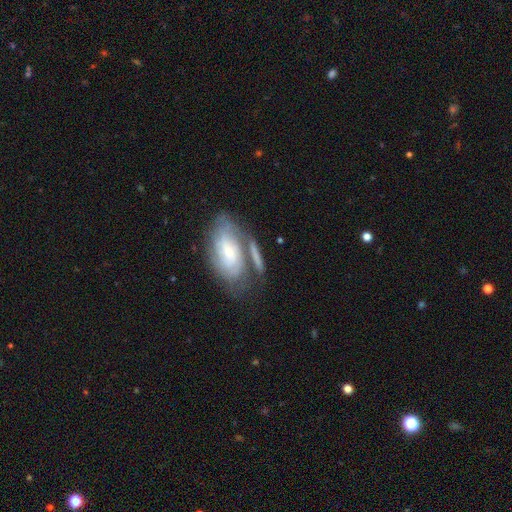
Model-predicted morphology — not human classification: Smooth or featured?
  - featured or disk: 57% *
  - smooth: 36%
  - star or artifact: 7%
Edge-on disk?
  - no: 84% *
  - yes: 16%
Merging?
  - none: 45% *
  - merger: 26%
  - minor disturbance: 19%
  - major disturbance: 10%